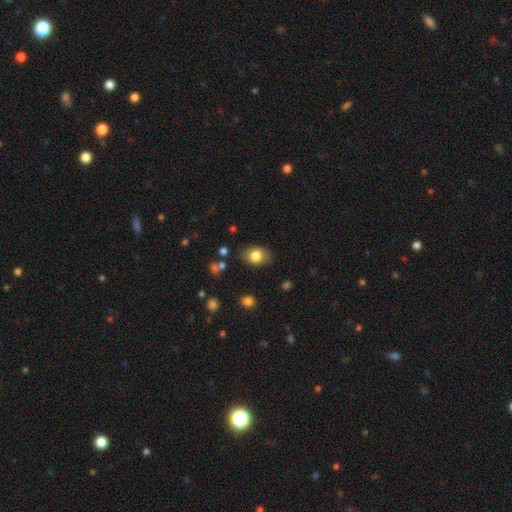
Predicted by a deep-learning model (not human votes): The model was most divided on "how rounded": in between: 69%, round: 30%, cigar-shaped: 1%. More confident: merging — none (82%); smooth or featured — smooth (81%).